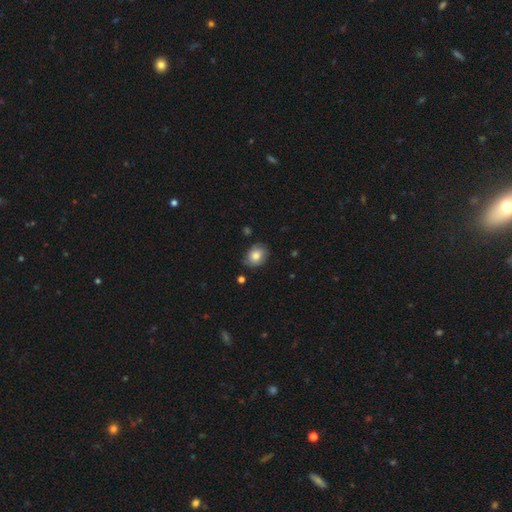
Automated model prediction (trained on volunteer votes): This appears to be a smooth galaxy with no disk features (77%) that is in between round and cigar-shaped (57%). Merging: none (76%).